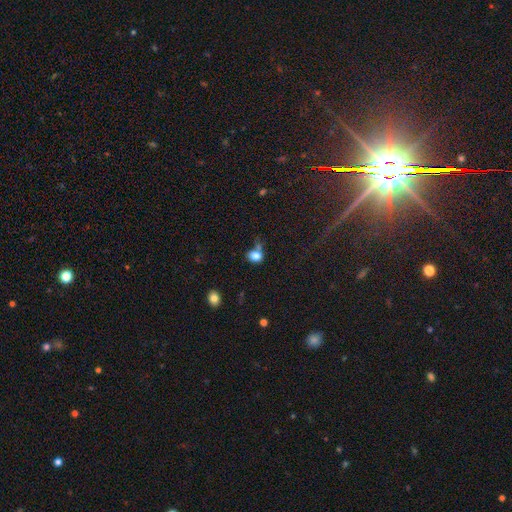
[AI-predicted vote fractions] Smooth or featured? smooth (81%)
How rounded? in between (56%)
Merging? none (45%)